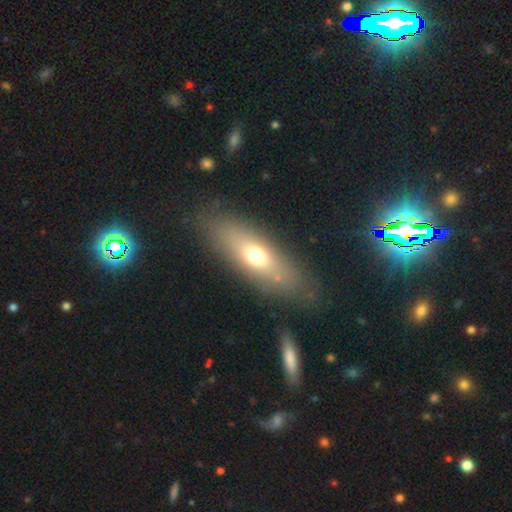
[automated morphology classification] The model was most divided on "how rounded": in between: 59%, cigar-shaped: 37%, round: 4%. More confident: merging — none (81%); smooth or featured — smooth (62%).